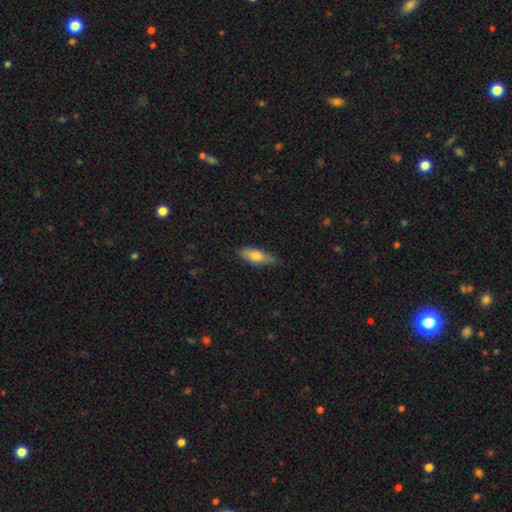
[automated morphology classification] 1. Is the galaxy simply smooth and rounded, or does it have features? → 73% smooth, 21% featured or disk, 6% star or artifact.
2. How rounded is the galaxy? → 64% in between, 34% cigar-shaped, 3% round.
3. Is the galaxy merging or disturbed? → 79% none, 17% minor disturbance, 3% major disturbance, 1% merger.